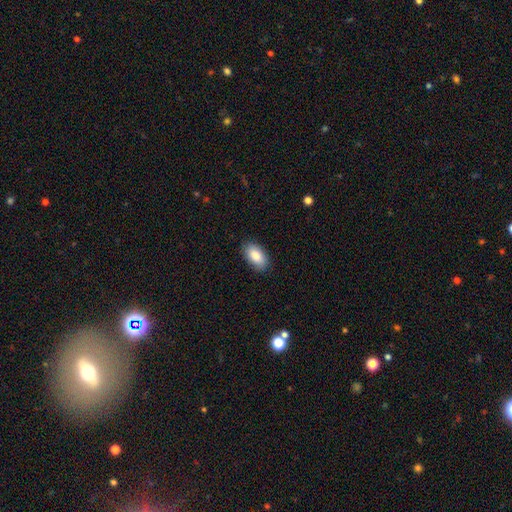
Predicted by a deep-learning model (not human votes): smooth 87%, featured or disk 7%, star or artifact 6%. Down the decision tree: how rounded — in between (94%); merging — none (86%).